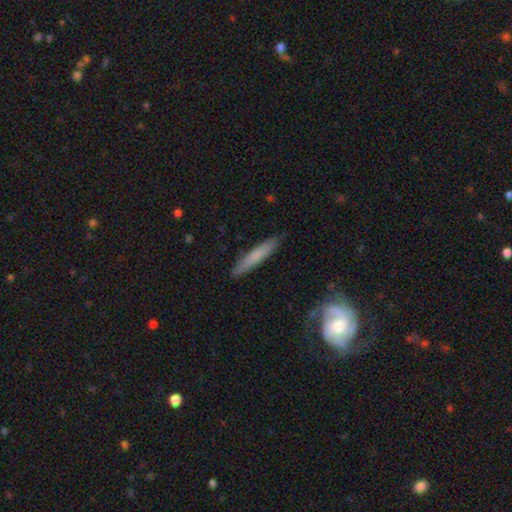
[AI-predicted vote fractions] Q: Smooth or featured?
A: smooth (64%); runner-up: featured or disk (30%)
Q: How rounded?
A: cigar-shaped (92%); runner-up: in between (6%)
Q: Merging?
A: none (86%); runner-up: minor disturbance (10%)